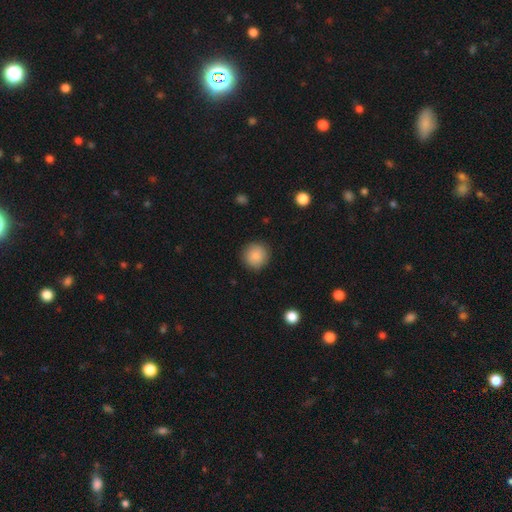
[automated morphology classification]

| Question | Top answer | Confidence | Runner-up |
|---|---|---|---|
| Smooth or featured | smooth | 87% | star or artifact (8%) |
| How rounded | round | 93% | in between (6%) |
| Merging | none | 90% | minor disturbance (7%) |